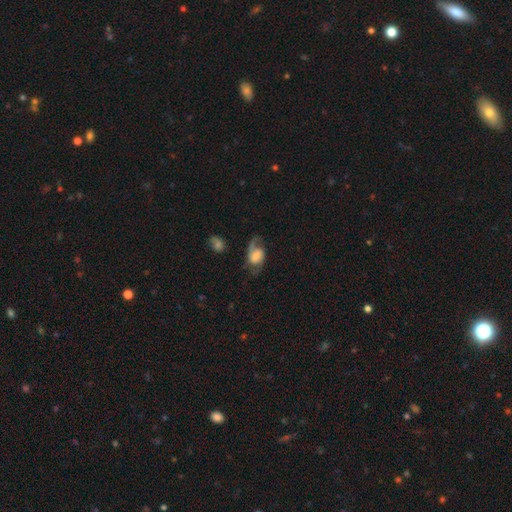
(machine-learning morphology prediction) The model was most divided on "spiral winding": medium: 44%, loose: 42%, tight: 14%. Remaining: edge-on disk — no (97%); spiral arms — yes (91%); spiral arm count — 2 (74%); smooth or featured — featured or disk (67%); merging — none (55%); bar — no (48%); bulge size — small (27%).